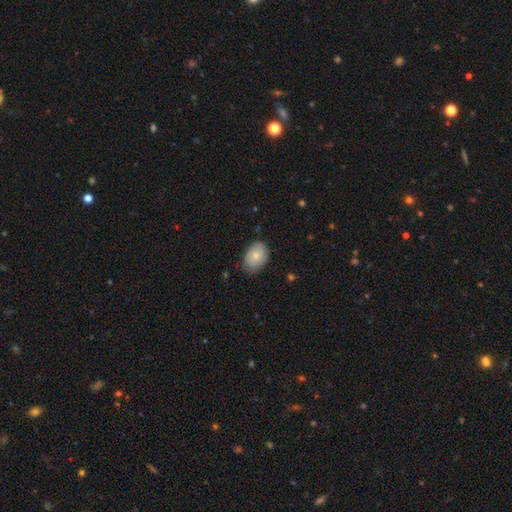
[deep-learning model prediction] Overall: smooth (77%). How rounded: in between (79%). Merging: none (73%).